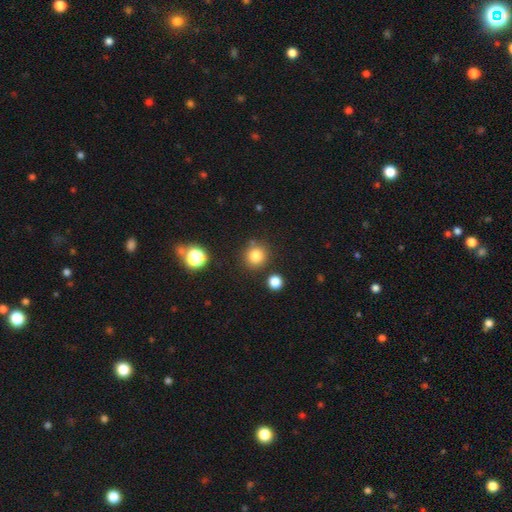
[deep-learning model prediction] The model was most divided on "smooth or featured": smooth: 82%, star or artifact: 13%, featured or disk: 6%. More confident: how rounded — round (91%); merging — none (83%).